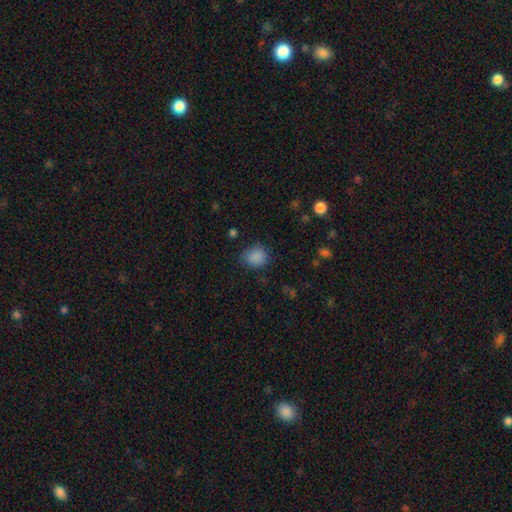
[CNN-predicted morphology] Overall: smooth (85%). How rounded: round (57%; in between 42%). Merging: none (76%).